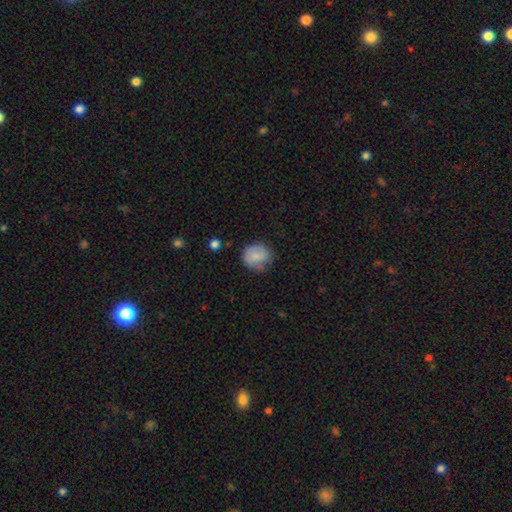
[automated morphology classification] Overall: smooth (74%). How rounded: round (76%). Merging: none (63%; minor disturbance 26%).